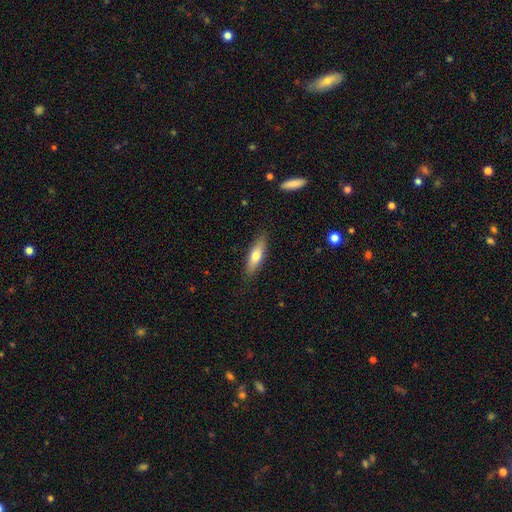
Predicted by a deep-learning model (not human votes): smooth-or-featured: smooth: 70% | featured or disk: 24% | star or artifact: 6%
  how-rounded: cigar-shaped: 53% | in between: 45% | round: 2%
  merging: none: 86% | minor disturbance: 11% | major disturbance: 2% | merger: 1%